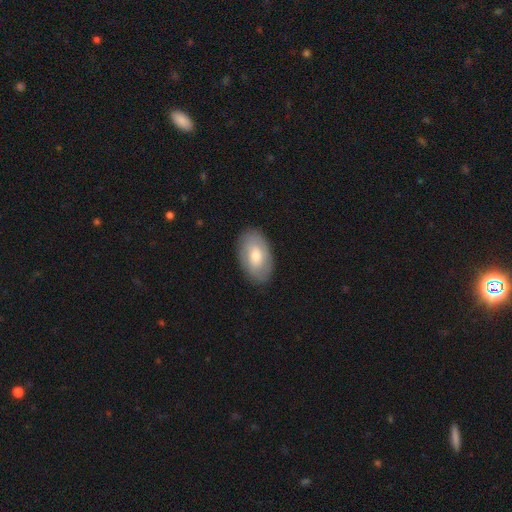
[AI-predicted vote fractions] Smooth or featured? smooth (62%)
How rounded? in between (93%)
Merging? none (87%)